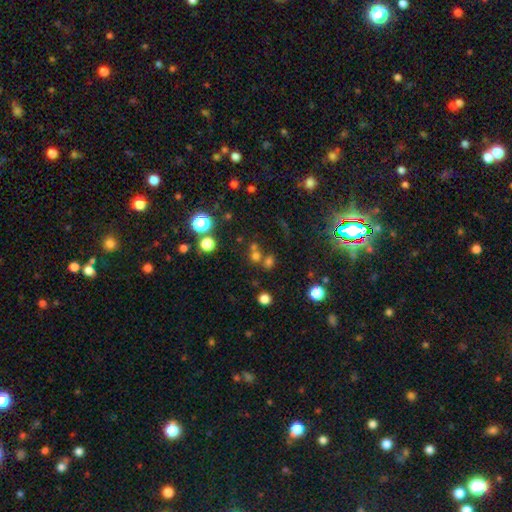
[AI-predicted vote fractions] The model was most divided on "smooth or featured": star or artifact: 52%, smooth: 38%, featured or disk: 10%.